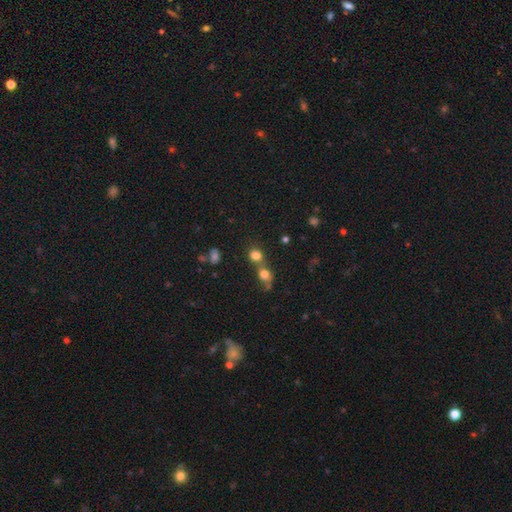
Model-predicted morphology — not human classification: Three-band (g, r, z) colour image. It shows a smooth galaxy with no disk features (76%) that is round (74%). Merging: merger (47%).